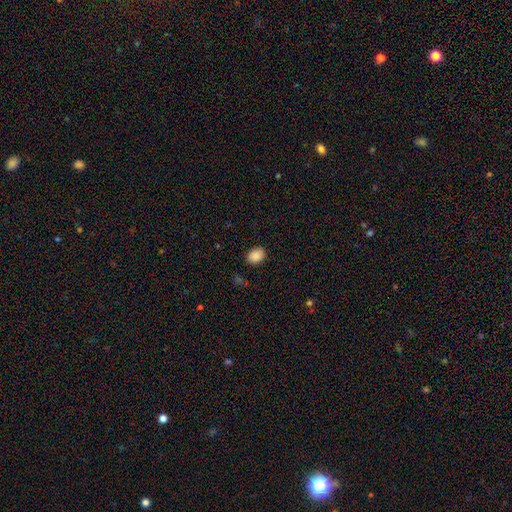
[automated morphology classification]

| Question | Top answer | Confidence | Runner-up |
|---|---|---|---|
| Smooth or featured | smooth | 88% | star or artifact (8%) |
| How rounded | in between | 64% | round (35%) |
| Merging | none | 85% | minor disturbance (11%) |